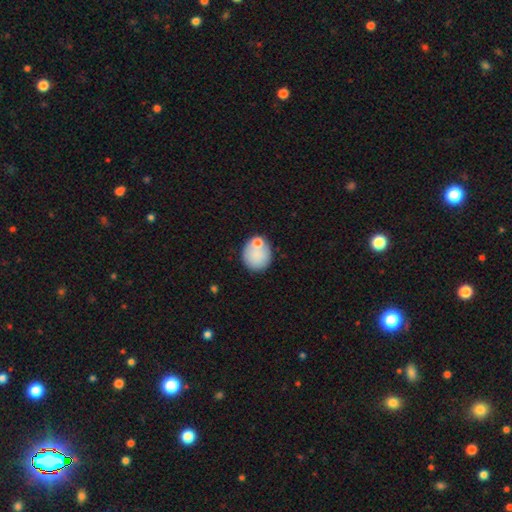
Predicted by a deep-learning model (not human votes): This is likely a smooth galaxy (80%). How rounded: clearly round (83%). Merging: likely none (67%).